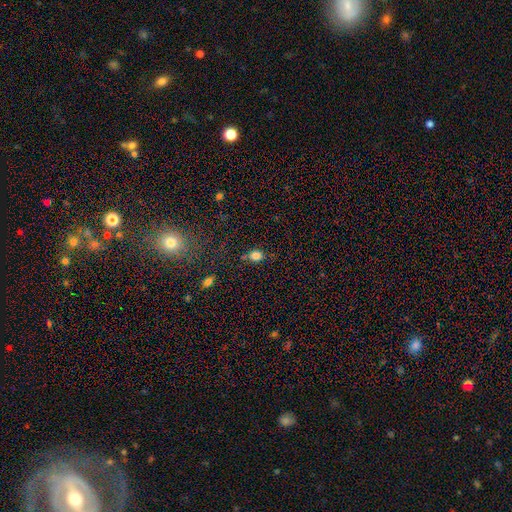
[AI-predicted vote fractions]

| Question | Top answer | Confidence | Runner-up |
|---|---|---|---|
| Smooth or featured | smooth | 81% | star or artifact (13%) |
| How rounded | in between | 53% | round (45%) |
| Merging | none | 71% | minor disturbance (18%) |